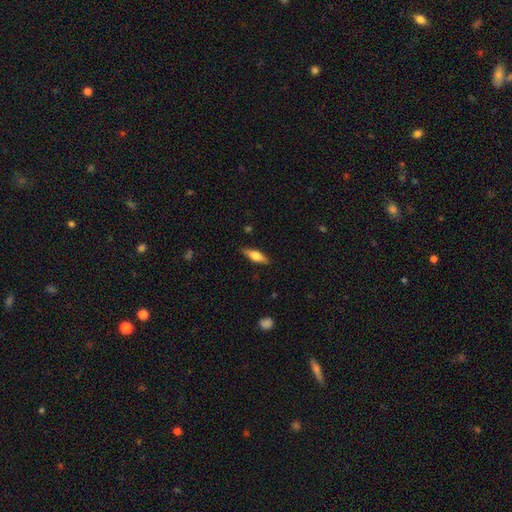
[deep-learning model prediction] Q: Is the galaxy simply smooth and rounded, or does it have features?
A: smooth — 51%.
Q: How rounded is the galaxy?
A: in between — 51%.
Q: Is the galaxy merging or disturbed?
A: none — 86%.